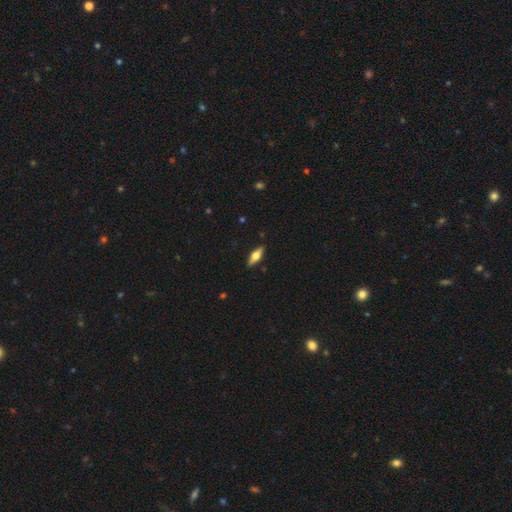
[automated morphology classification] Smooth or featured: featured or disk — 54% (smooth — 40%)
Edge-on disk: yes — 92% (no — 8%)
Merging: none — 89% (minor disturbance — 8%)